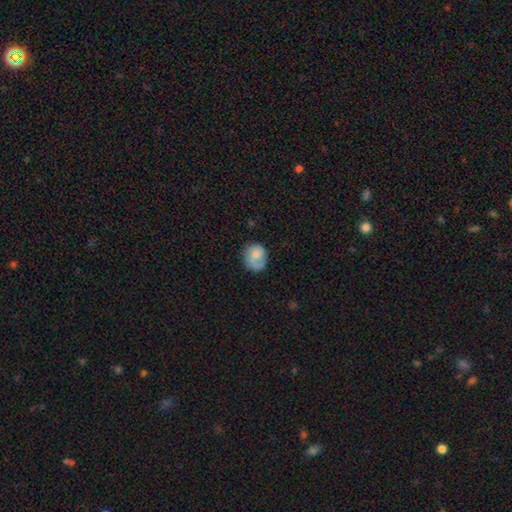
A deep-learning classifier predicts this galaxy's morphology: Smooth or featured: smooth — 69% (featured or disk — 24%)
How rounded: round — 60% (in between — 39%)
Merging: none — 59% (minor disturbance — 26%)